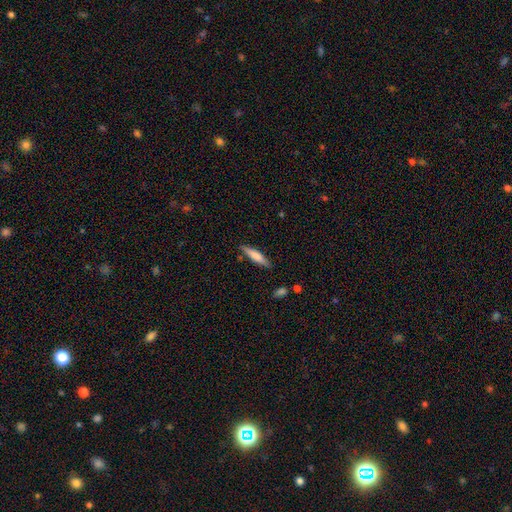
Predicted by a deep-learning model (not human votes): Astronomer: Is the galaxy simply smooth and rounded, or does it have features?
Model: smooth — 71%.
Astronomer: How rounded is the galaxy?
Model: cigar-shaped — 81%.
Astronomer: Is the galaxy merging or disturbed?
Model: none — 82%.